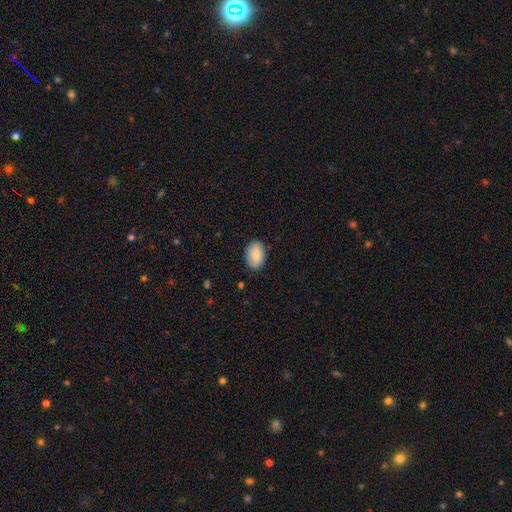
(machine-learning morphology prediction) A smooth galaxy with no disk features (86%) that is in between round and cigar-shaped (88%). Merging: none (86%).